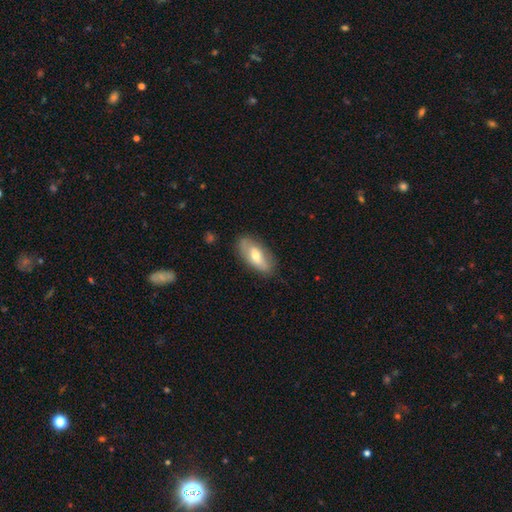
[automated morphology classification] Smooth or featured? Predicted: smooth (p=0.55). How rounded? Predicted: in between (p=0.85). Merging? Predicted: none (p=0.80).